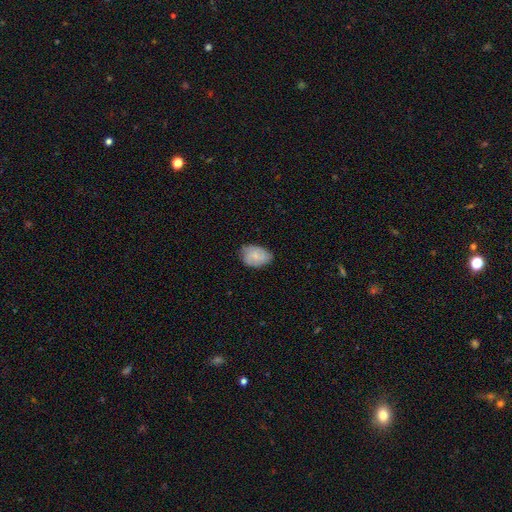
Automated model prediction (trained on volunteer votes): smooth 62%, featured or disk 31%, star or artifact 7%. Down the decision tree: how rounded — in between (78%); merging — none (66%).